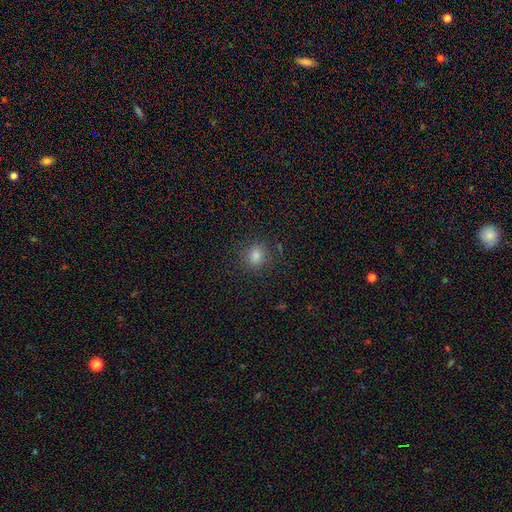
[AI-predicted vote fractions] A smooth galaxy with no disk features (79%) that is round (75%). Merging: none (86%).